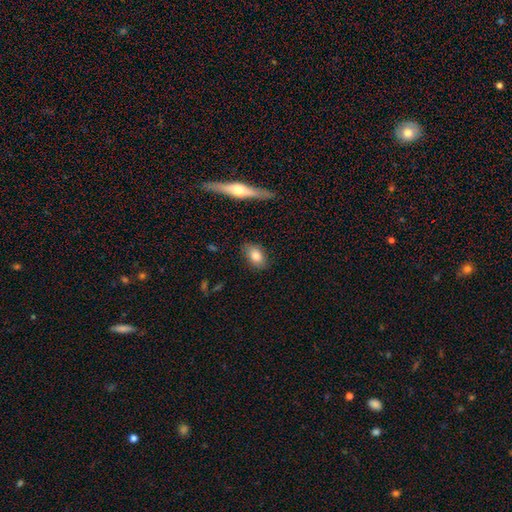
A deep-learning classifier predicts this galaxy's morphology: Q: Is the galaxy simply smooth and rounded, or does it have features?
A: smooth — 81%.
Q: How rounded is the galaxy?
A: in between — 85%.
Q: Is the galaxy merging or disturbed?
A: none — 84%.